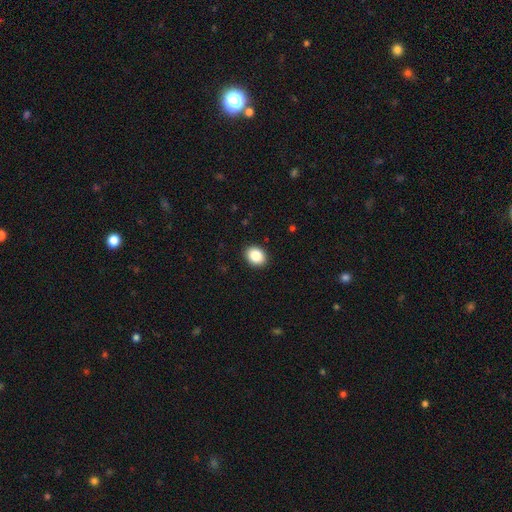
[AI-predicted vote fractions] Smooth or featured: smooth — 88% (star or artifact — 8%)
How rounded: in between — 60% (round — 39%)
Merging: none — 91% (minor disturbance — 7%)